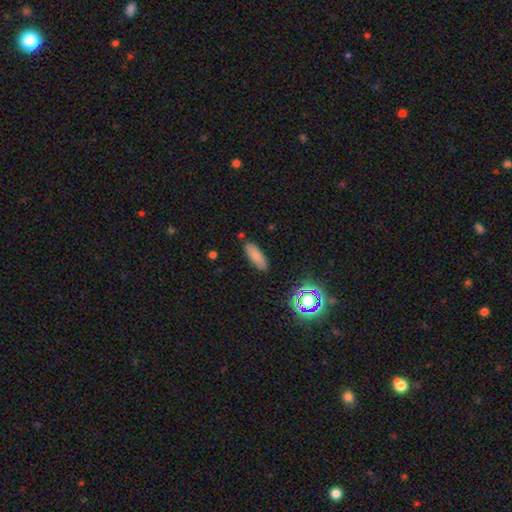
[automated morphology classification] smooth-or-featured: smooth: 81% | star or artifact: 11% | featured or disk: 8%
  how-rounded: in between: 66% | cigar-shaped: 32% | round: 2%
  merging: none: 83% | minor disturbance: 11% | merger: 3% | major disturbance: 3%